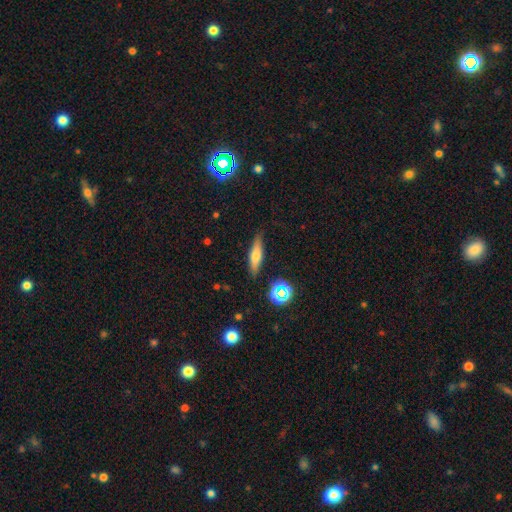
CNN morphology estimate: smooth-or-featured: smooth: 61% | featured or disk: 29% | star or artifact: 10%
  how-rounded: cigar-shaped: 64% | in between: 32% | round: 3%
  merging: none: 82% | minor disturbance: 12% | major disturbance: 3% | merger: 2%